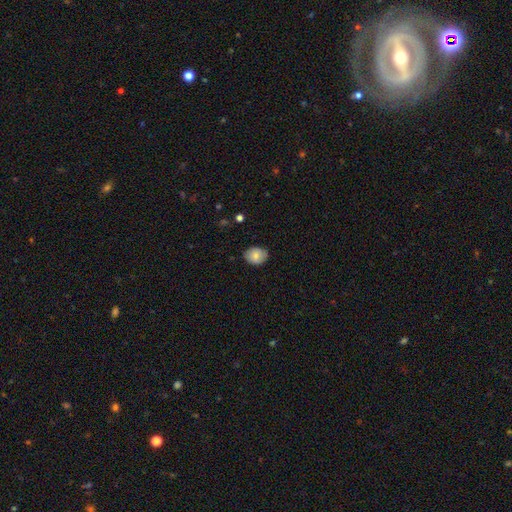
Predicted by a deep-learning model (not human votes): Smooth or featured?
  - smooth: 79% *
  - featured or disk: 13%
  - star or artifact: 7%
How rounded?
  - in between: 58% *
  - round: 41%
  - cigar-shaped: 1%
Merging?
  - none: 81% *
  - minor disturbance: 15%
  - major disturbance: 2%
  - merger: 1%